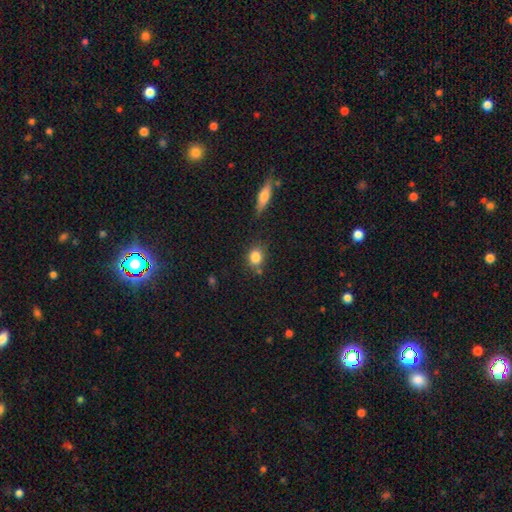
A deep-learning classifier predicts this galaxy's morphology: type=smooth (83%); roundness=round (58%); merging=none (70%).